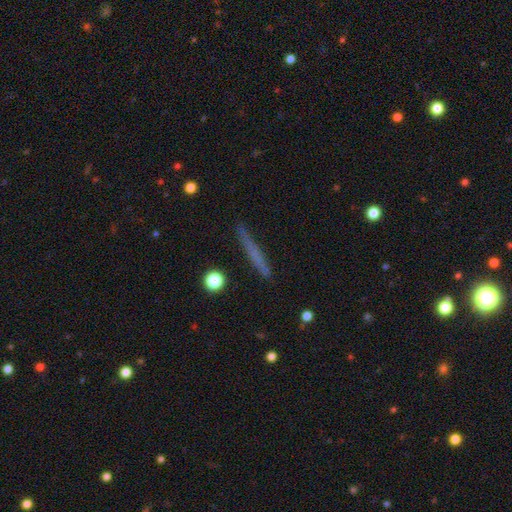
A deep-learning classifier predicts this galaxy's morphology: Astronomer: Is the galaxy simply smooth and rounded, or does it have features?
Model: smooth — 58% (runner-up: featured or disk, 34%).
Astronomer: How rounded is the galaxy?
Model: cigar-shaped — 95%.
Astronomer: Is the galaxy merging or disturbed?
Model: none — 86%.